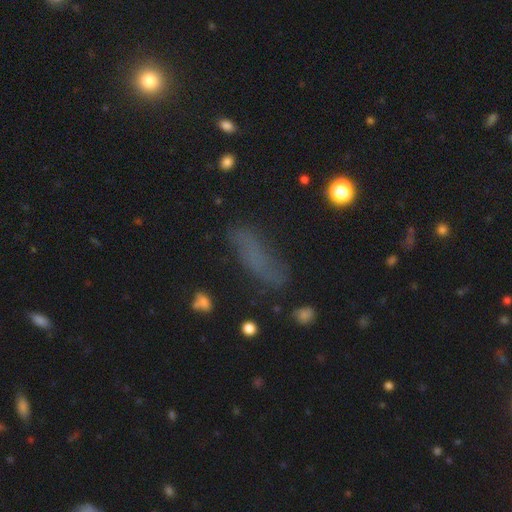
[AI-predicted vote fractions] The model was most divided on "how rounded": cigar-shaped: 57%, in between: 39%, round: 5%. More confident: merging — none (68%); smooth or featured — smooth (54%).